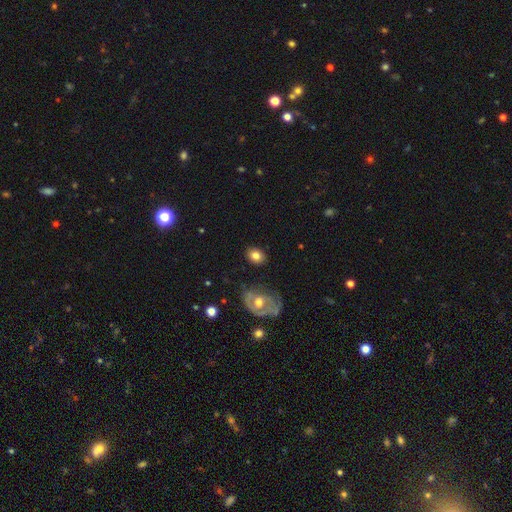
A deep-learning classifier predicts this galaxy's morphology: Smooth or featured: smooth — 77% (featured or disk — 14%)
How rounded: in between — 55% (round — 43%)
Merging: none — 83% (minor disturbance — 11%)